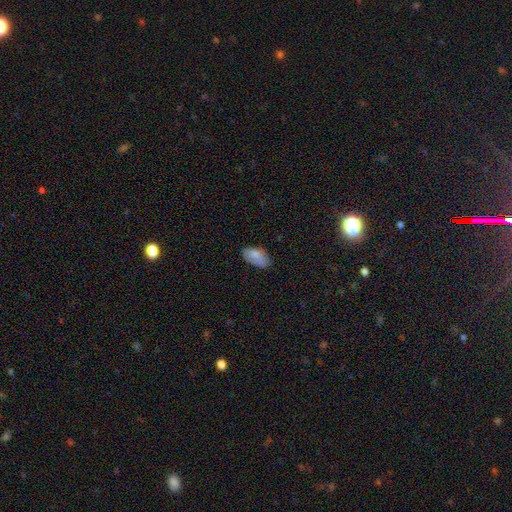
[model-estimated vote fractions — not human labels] smooth 81%, featured or disk 12%, star or artifact 7%. Down the decision tree: how rounded — in between (94%); merging — none (73%).